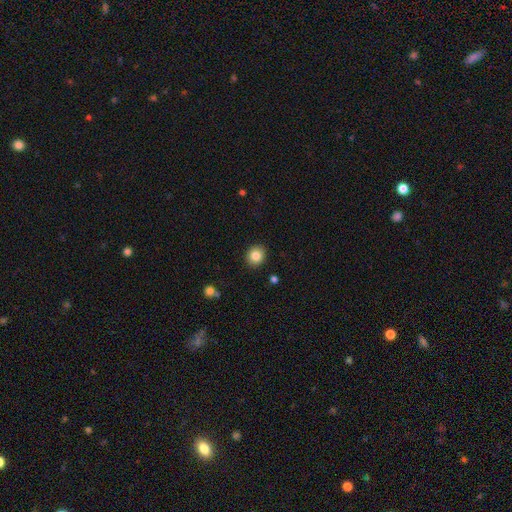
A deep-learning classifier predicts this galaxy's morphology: Q: Smooth or featured?
A: smooth (84%); runner-up: star or artifact (10%)
Q: How rounded?
A: round (80%); runner-up: in between (20%)
Q: Merging?
A: none (90%); runner-up: minor disturbance (7%)